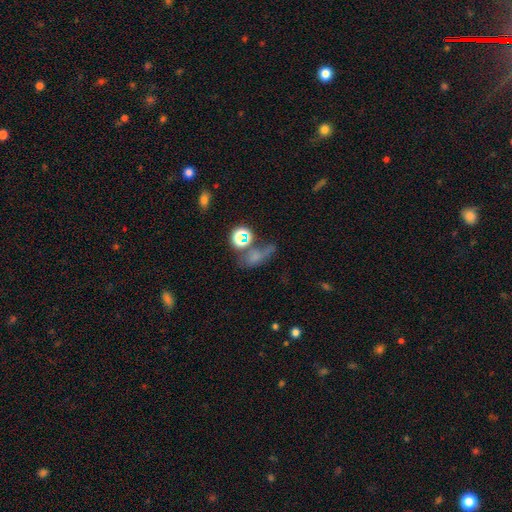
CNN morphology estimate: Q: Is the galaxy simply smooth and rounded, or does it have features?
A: smooth — 52%.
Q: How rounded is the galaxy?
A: in between — 54%.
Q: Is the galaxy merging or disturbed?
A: none — 39%.